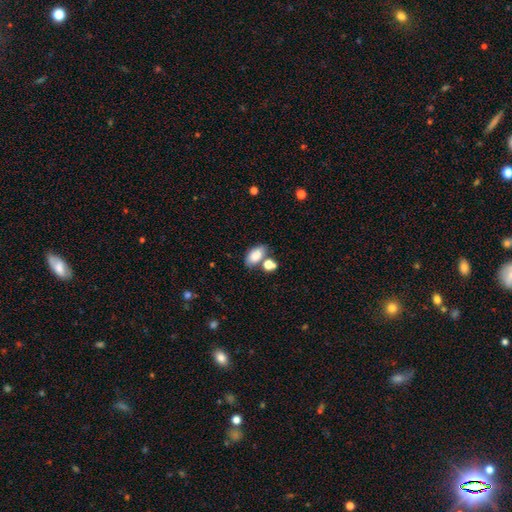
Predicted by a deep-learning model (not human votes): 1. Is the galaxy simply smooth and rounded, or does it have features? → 84% smooth, 8% star or artifact, 8% featured or disk.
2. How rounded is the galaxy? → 90% in between, 7% round, 3% cigar-shaped.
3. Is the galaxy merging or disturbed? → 61% none, 20% merger, 14% minor disturbance, 4% major disturbance.